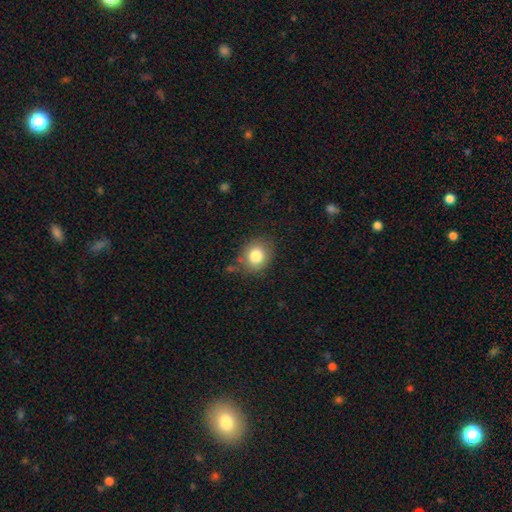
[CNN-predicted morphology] type=smooth (81%); roundness=round (73%); merging=none (76%).